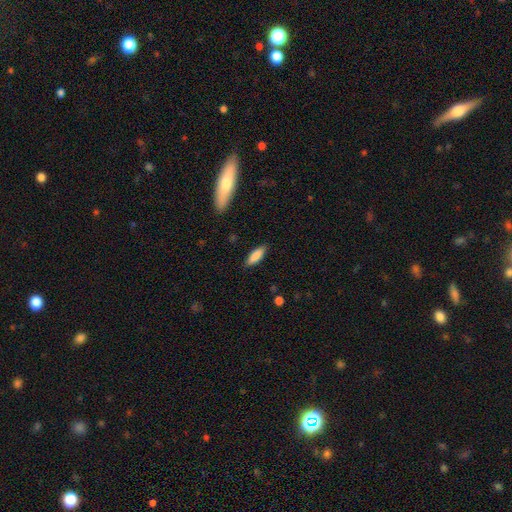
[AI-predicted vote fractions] Smooth or featured?
  - smooth: 85% *
  - featured or disk: 9%
  - star or artifact: 6%
How rounded?
  - in between: 58% *
  - cigar-shaped: 40%
  - round: 2%
Merging?
  - none: 87% *
  - minor disturbance: 9%
  - major disturbance: 2%
  - merger: 1%